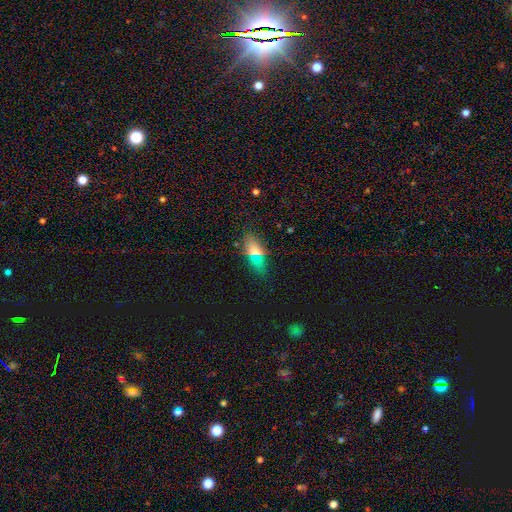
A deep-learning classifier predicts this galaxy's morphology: smooth-or-featured: smooth: 64% | star or artifact: 18% | featured or disk: 18%
  how-rounded: in between: 77% | cigar-shaped: 17% | round: 6%
  merging: none: 84% | minor disturbance: 11% | major disturbance: 3% | merger: 2%